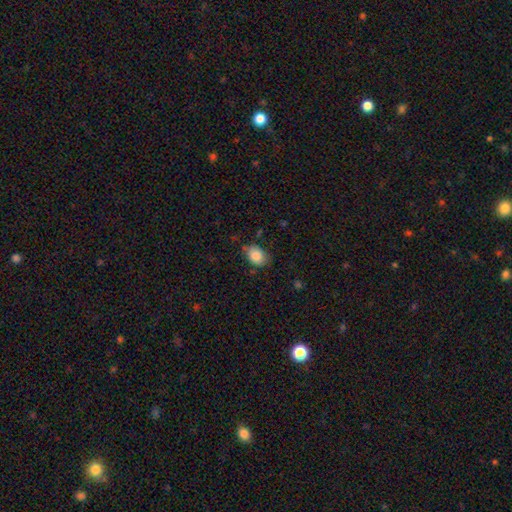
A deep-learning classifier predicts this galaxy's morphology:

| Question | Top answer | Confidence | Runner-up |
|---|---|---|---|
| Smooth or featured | smooth | 86% | star or artifact (8%) |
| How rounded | in between | 73% | round (26%) |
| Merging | none | 69% | minor disturbance (23%) |